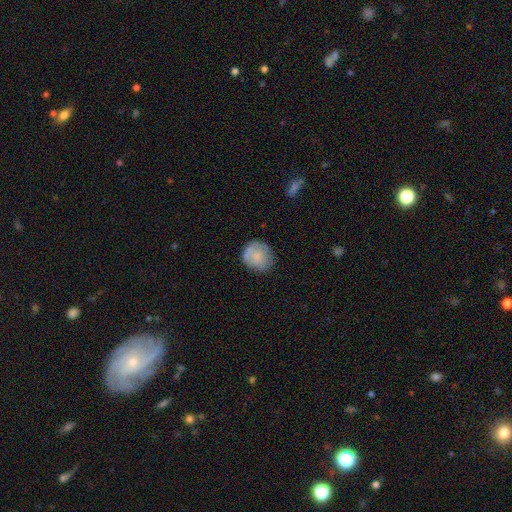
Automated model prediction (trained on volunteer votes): Smooth or featured? smooth (75%)
How rounded? round (84%)
Merging? none (72%)